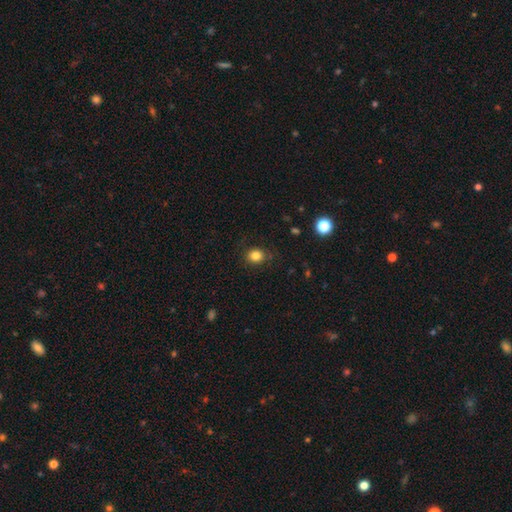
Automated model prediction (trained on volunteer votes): This is clearly a smooth galaxy (83%). How rounded: likely round (70%). Merging: clearly none (83%).